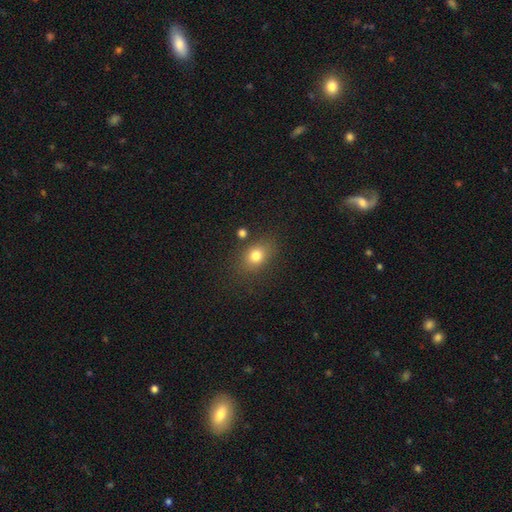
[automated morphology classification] Smooth or featured: smooth — 78% (star or artifact — 12%)
How rounded: in between — 59% (round — 39%)
Merging: none — 77% (minor disturbance — 14%)